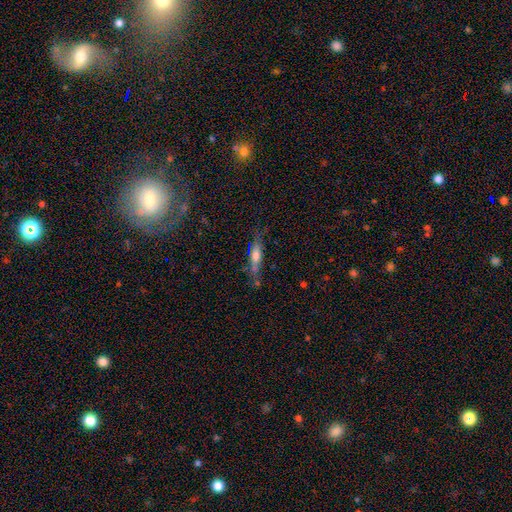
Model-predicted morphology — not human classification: type=smooth (51%); roundness=cigar-shaped (72%); merging=none (64%).